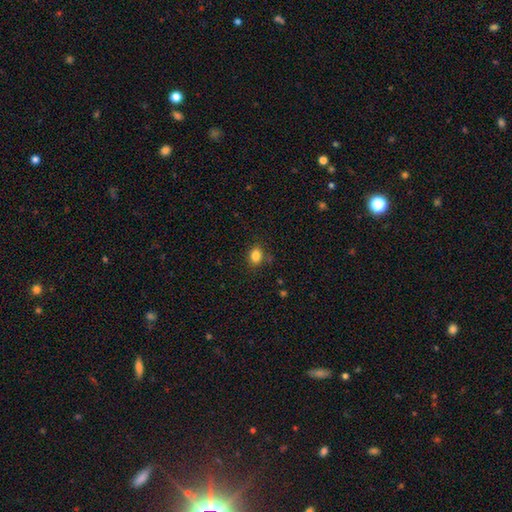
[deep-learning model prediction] Smooth or featured? smooth (84%)
How rounded? in between (60%)
Merging? none (82%)